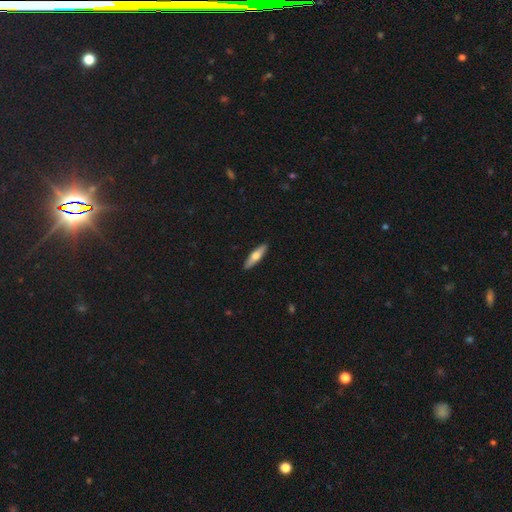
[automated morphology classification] This appears to be a smooth galaxy with no disk features (58%) that is cigar-shaped (72%). Merging: none (91%).